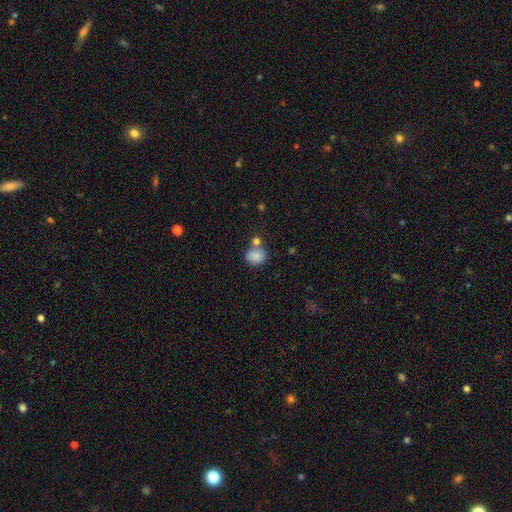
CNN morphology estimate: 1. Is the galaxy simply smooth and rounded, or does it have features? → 83% smooth, 9% star or artifact, 8% featured or disk.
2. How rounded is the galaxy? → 75% round, 24% in between, 1% cigar-shaped.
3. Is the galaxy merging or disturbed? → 56% none, 24% merger, 15% minor disturbance, 5% major disturbance.